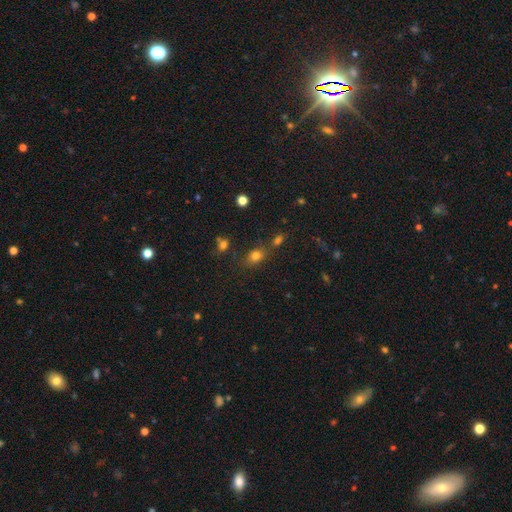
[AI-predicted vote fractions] Smooth or featured? Predicted: smooth (p=0.76). How rounded? Predicted: in between (p=0.66). Merging? Predicted: none (p=0.66).